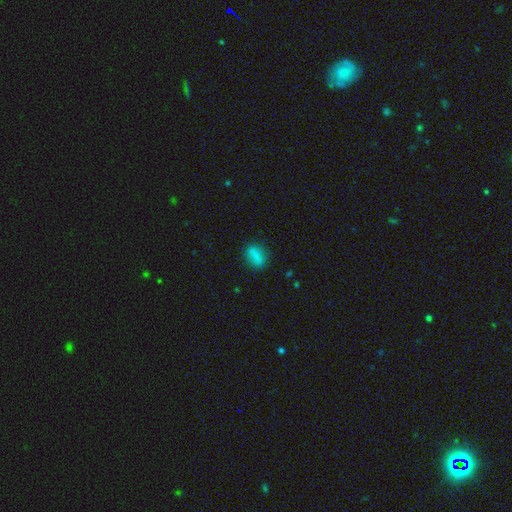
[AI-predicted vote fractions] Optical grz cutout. It shows a smooth galaxy with no disk features (81%) that is in between round and cigar-shaped (68%). Merging: none (80%).